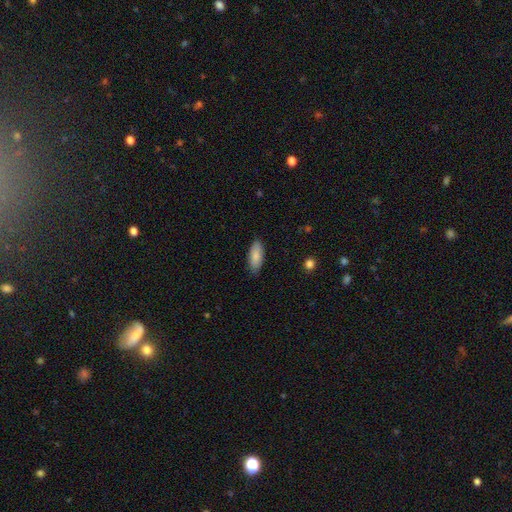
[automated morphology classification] This appears to be a smooth galaxy with no disk features (87%) that is in between round and cigar-shaped (76%). Merging: none (86%).